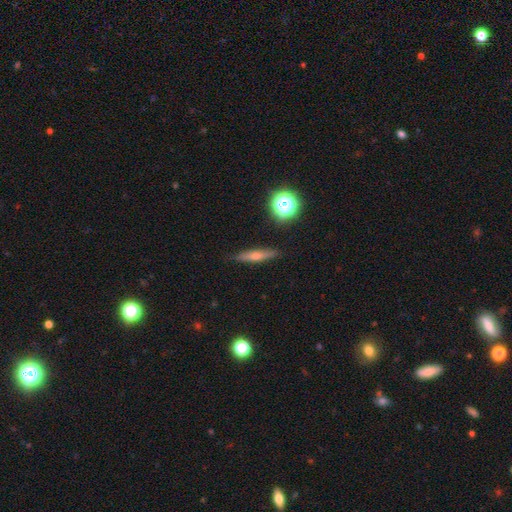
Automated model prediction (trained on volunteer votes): Smooth or featured: featured or disk — 47% (smooth — 42%)
Merging: none — 89% (minor disturbance — 8%)